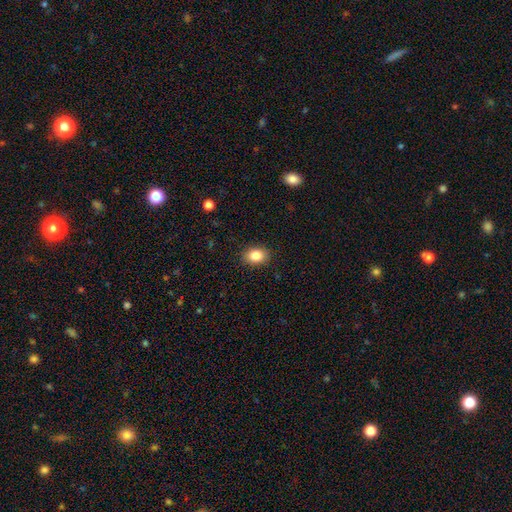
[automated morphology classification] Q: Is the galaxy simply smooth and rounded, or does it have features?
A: smooth — 85%.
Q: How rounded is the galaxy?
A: in between — 71%.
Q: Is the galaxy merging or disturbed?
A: none — 88%.